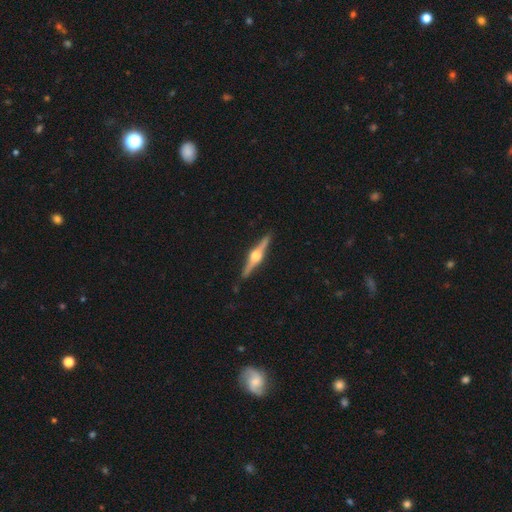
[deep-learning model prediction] A featured or disk galaxy (84%) viewed edge-on (98%) with a rounded central bulge (95%).

Vote fractions:
- Smooth or featured? featured or disk: 84% / smooth: 11% / star or artifact: 5%
- Edge-on disk? yes: 98% / no: 2%
- Edge-on bulge? rounded: 95% / boxy: 4% / none: 1%
- Merging? none: 91% / minor disturbance: 7% / major disturbance: 1% / merger: 1%